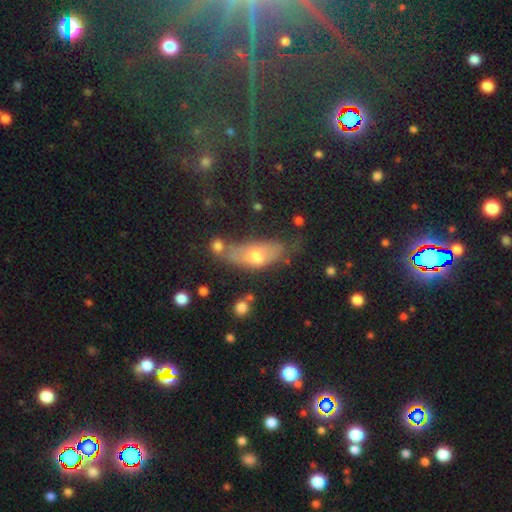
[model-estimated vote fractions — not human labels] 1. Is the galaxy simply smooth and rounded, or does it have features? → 54% smooth, 29% featured or disk, 16% star or artifact.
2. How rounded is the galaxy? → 74% in between, 21% cigar-shaped, 5% round.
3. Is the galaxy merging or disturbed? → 41% none, 27% minor disturbance, 16% major disturbance, 15% merger.